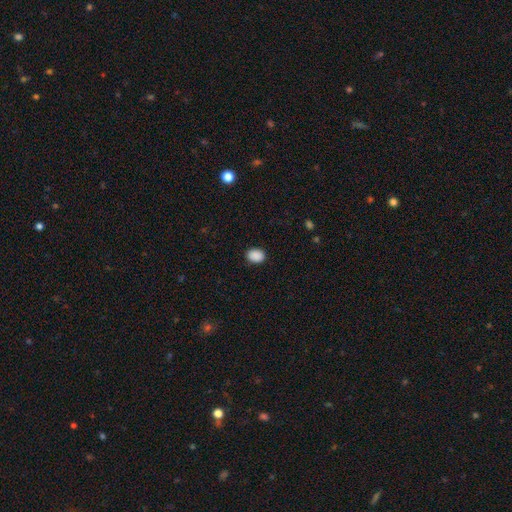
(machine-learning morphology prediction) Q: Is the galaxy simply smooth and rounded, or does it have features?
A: smooth — 89%.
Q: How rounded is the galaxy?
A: in between — 67%.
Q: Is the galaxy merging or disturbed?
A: none — 89%.